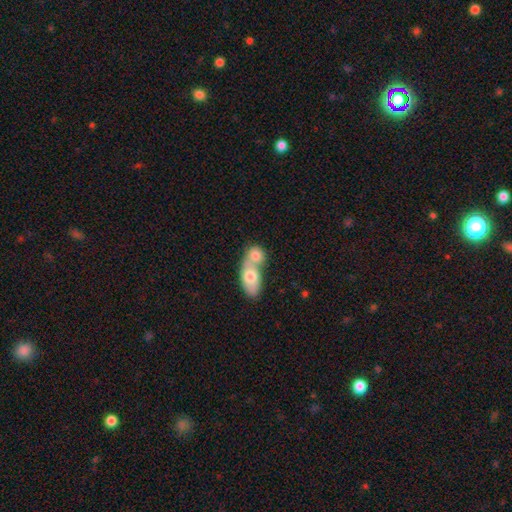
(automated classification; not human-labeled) This is likely a smooth galaxy (74%). How rounded: likely in between (66%). Merging: likely merger (75%).